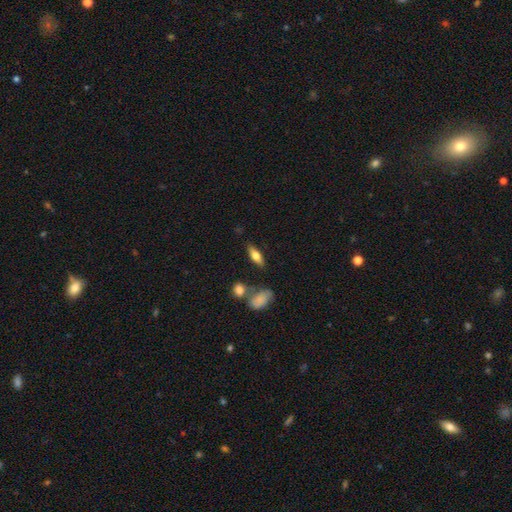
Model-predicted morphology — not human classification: This is possibly a smooth galaxy (56%). How rounded: likely in between (63%). Merging: likely none (77%).